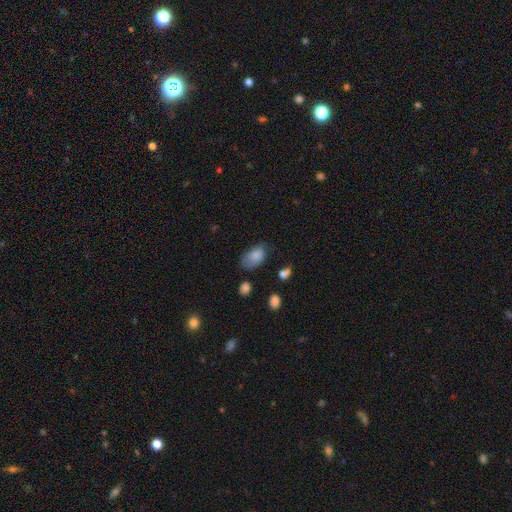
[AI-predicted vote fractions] smooth-or-featured: smooth: 81% | featured or disk: 10% | star or artifact: 9%
  how-rounded: in between: 91% | round: 7% | cigar-shaped: 2%
  merging: none: 47% | minor disturbance: 35% | major disturbance: 15% | merger: 3%